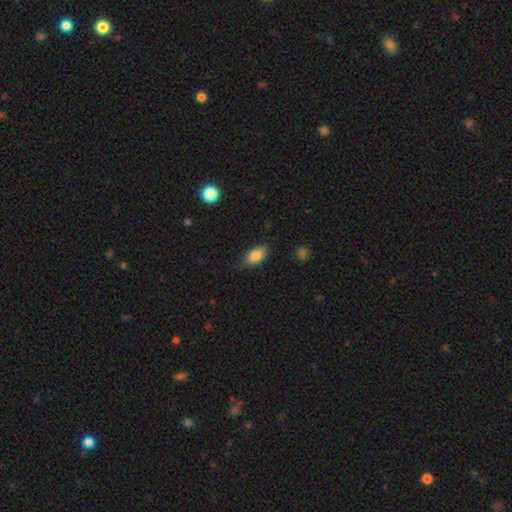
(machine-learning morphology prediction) This is clearly a smooth galaxy (84%). How rounded: clearly in between (90%). Merging: likely none (78%).